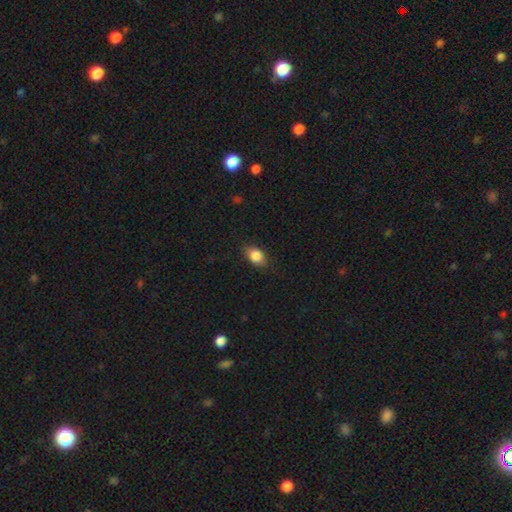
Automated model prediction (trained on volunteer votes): Smooth or featured?
  - smooth: 85% *
  - star or artifact: 9%
  - featured or disk: 6%
How rounded?
  - in between: 77% *
  - round: 22%
  - cigar-shaped: 2%
Merging?
  - none: 82% *
  - minor disturbance: 14%
  - major disturbance: 3%
  - merger: 1%